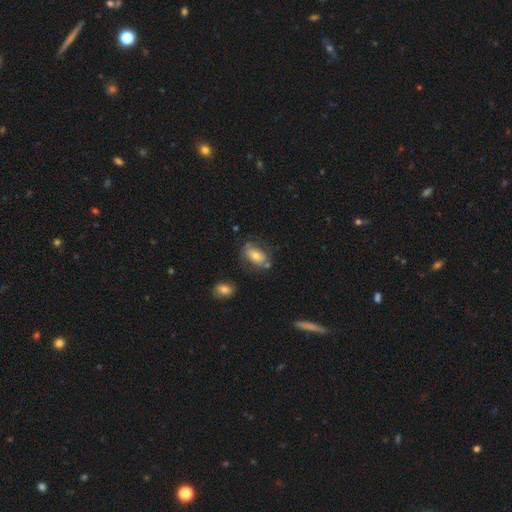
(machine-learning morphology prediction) Smooth or featured: smooth — 61% (featured or disk — 29%)
How rounded: in between — 87% (cigar-shaped — 7%)
Merging: none — 65% (minor disturbance — 20%)